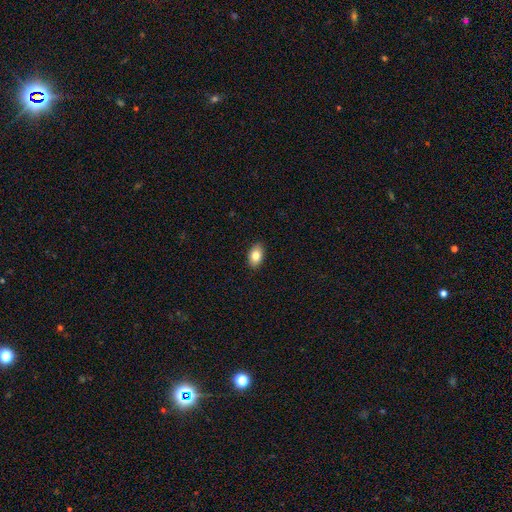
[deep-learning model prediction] Smooth or featured? Predicted: smooth (p=0.83). How rounded? Predicted: in between (p=0.91). Merging? Predicted: none (p=0.89).